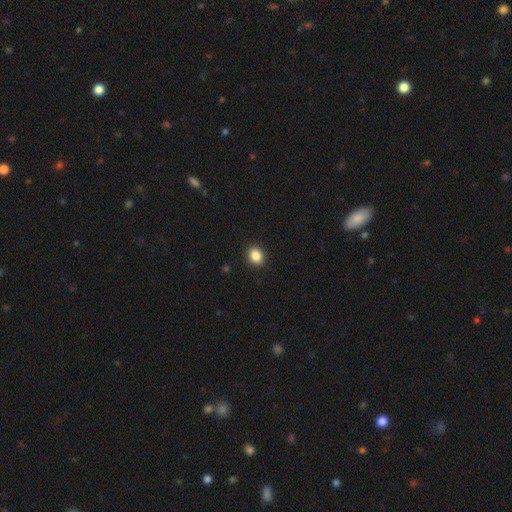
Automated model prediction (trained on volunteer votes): Smooth or featured: smooth — 87% (star or artifact — 9%)
How rounded: round — 53% (in between — 46%)
Merging: none — 91% (minor disturbance — 6%)